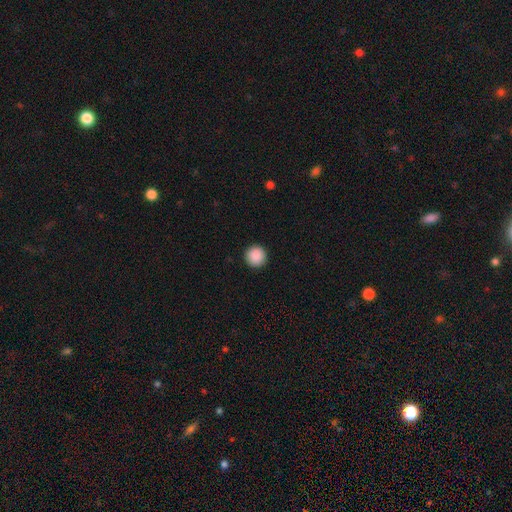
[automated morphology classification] Q: Smooth or featured?
A: smooth (90%); runner-up: star or artifact (8%)
Q: How rounded?
A: round (96%); runner-up: in between (3%)
Q: Merging?
A: none (93%); runner-up: minor disturbance (4%)